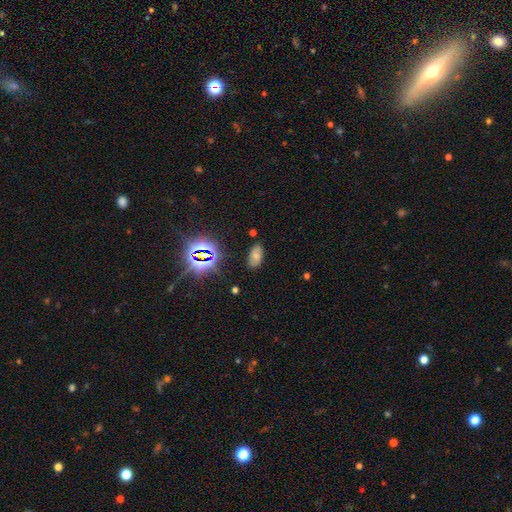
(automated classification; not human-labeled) smooth_or_featured: smooth (p=0.60) [alt: star or artifact p=0.24]
how_rounded: in between (p=0.91) [alt: round p=0.05]
merging: none (p=0.80) [alt: minor disturbance p=0.14]